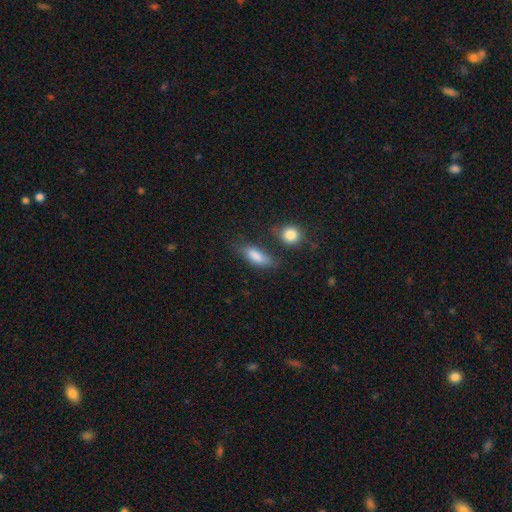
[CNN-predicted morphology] This appears to be a smooth galaxy with no disk features (81%) that is in between round and cigar-shaped (66%). Merging: none (62%).